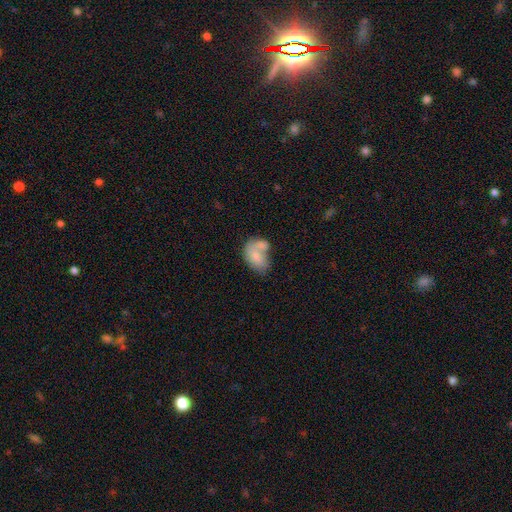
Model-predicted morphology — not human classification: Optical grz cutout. It shows a smooth galaxy with no disk features (71%) that is in between round and cigar-shaped (81%). Merging: merger (51%).